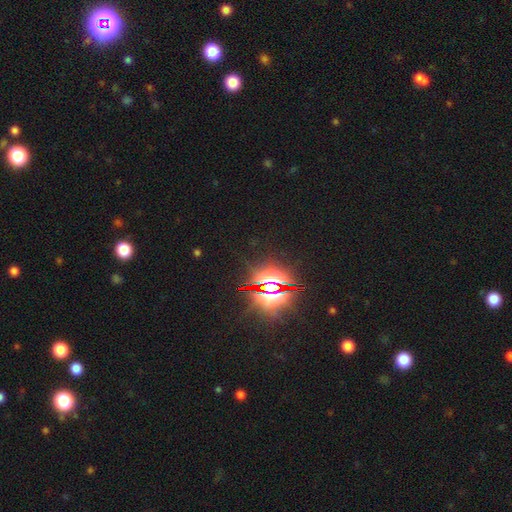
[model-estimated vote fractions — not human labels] Smooth or featured?
  - star or artifact: 85% *
  - smooth: 9%
  - featured or disk: 6%